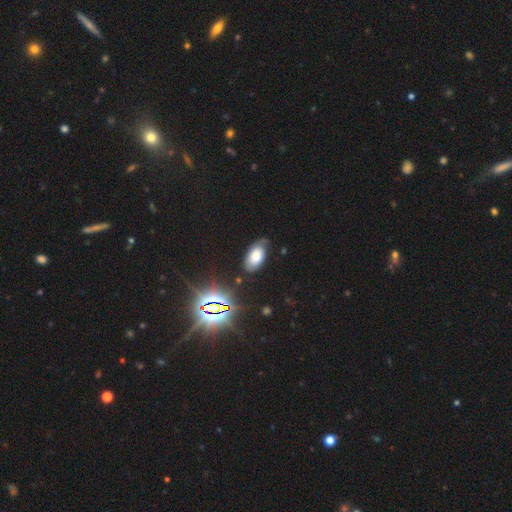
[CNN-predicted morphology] This is likely a smooth galaxy (66%). How rounded: clearly in between (94%). Merging: likely none (66%).